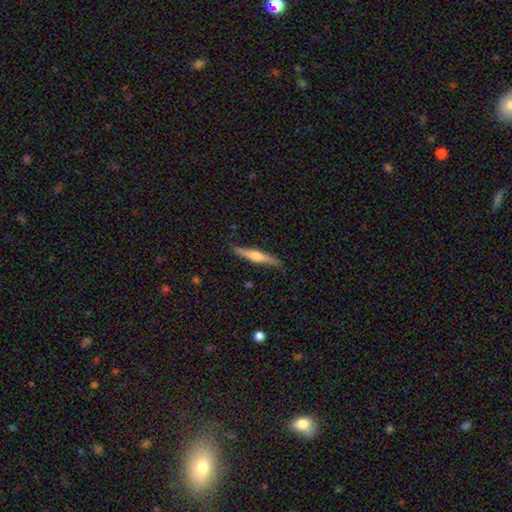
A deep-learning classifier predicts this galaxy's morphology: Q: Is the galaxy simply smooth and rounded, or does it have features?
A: featured or disk — 65%.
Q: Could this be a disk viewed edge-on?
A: yes — 97%.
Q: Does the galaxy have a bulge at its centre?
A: rounded — 86%.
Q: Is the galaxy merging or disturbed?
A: none — 85%.